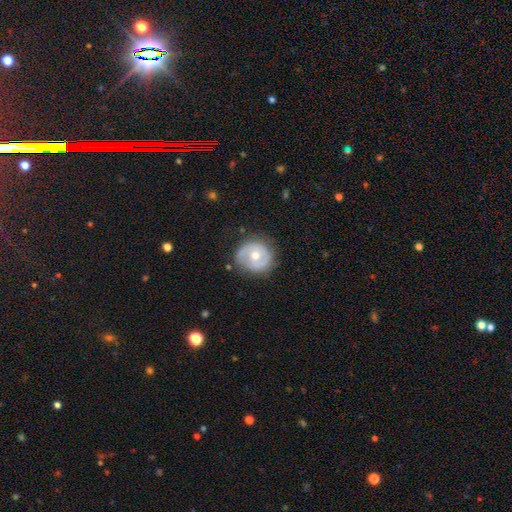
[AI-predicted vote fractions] A featured or disk galaxy (56%) with no bar (68%), spiral arms (52%) and a moderate central bulge (76%).

Vote fractions:
- Smooth or featured? featured or disk: 56% / smooth: 38% / star or artifact: 6%
- Edge-on disk? no: 97% / yes: 3%
- Bar? no: 68% / weak: 25% / strong: 7%
- Spiral arms? yes: 52% / no: 48%
- Bulge size? moderate: 76% / small: 16% / large: 6% / none: 1% / dominant: 1%
- Merging? none: 78% / minor disturbance: 16% / major disturbance: 5% / merger: 1%